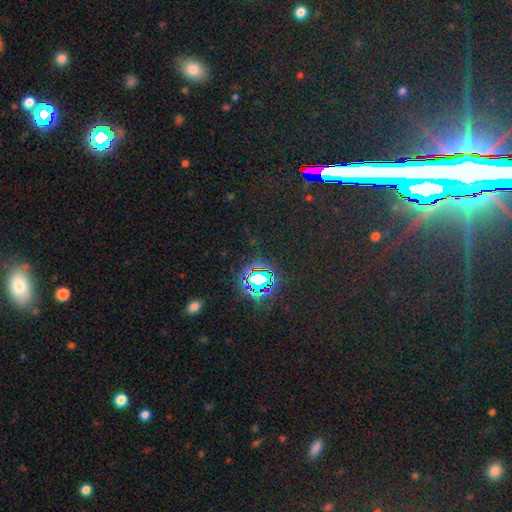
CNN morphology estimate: smooth-or-featured: star or artifact: 74% | smooth: 13% | featured or disk: 13%